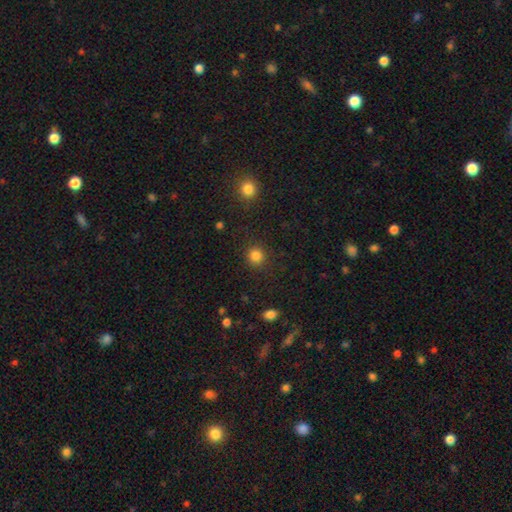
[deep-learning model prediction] A smooth galaxy with no disk features (84%) that is round (90%).

Vote fractions:
- Smooth or featured? smooth: 84% / star or artifact: 12% / featured or disk: 4%
- How rounded? round: 90% / in between: 9% / cigar-shaped: 1%
- Merging? none: 90% / minor disturbance: 6% / major disturbance: 3% / merger: 1%